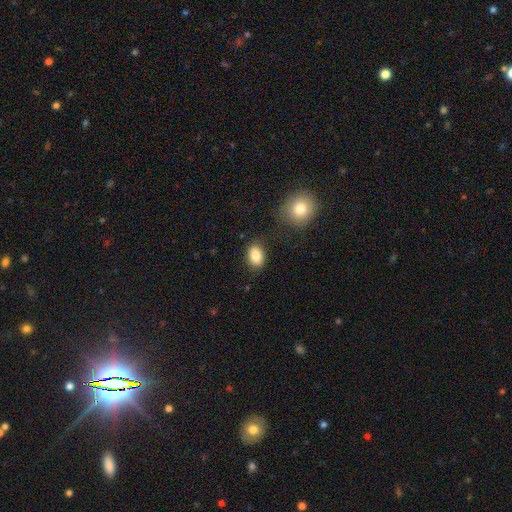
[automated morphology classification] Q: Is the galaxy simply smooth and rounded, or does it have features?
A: smooth — 84%.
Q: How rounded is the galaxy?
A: in between — 78%.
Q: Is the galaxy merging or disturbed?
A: none — 82%.